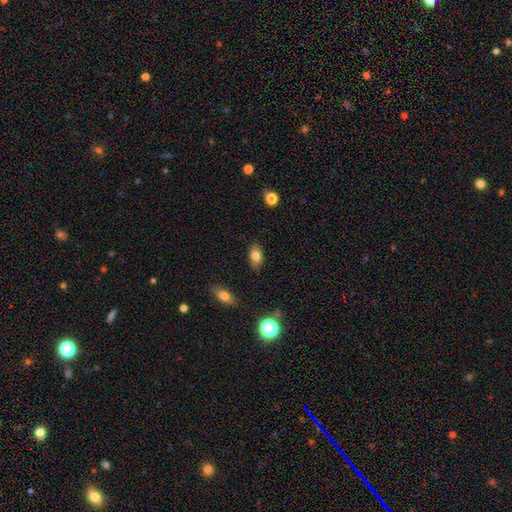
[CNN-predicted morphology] A smooth galaxy with no disk features (80%) that is in between round and cigar-shaped (87%). Merging: none (85%).